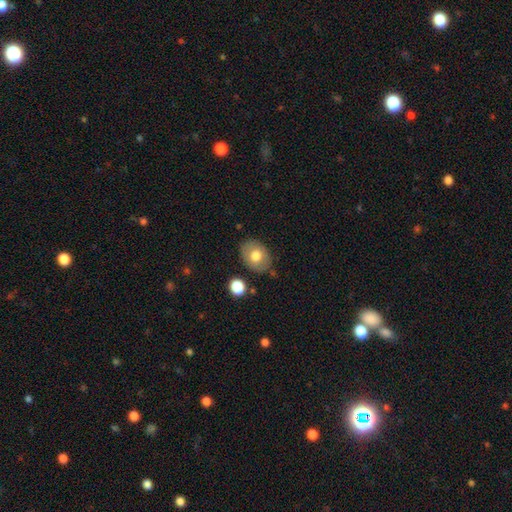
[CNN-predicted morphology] type=smooth (71%); roundness=in between (73%); merging=none (81%).